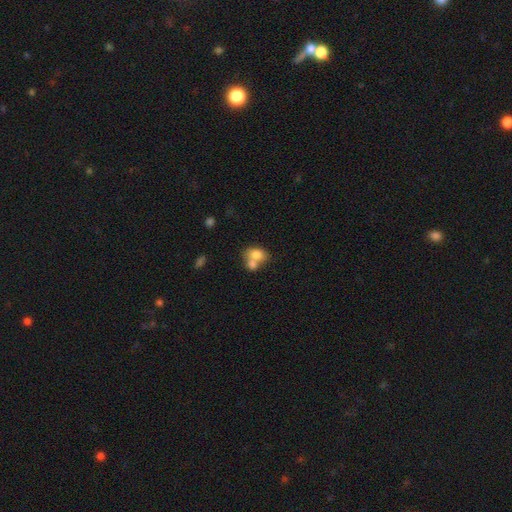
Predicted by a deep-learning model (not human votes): The model was most divided on "merging": merger: 61%, none: 26%, minor disturbance: 9%, major disturbance: 4%. More confident: smooth or featured — smooth (77%); how rounded — in between (70%).